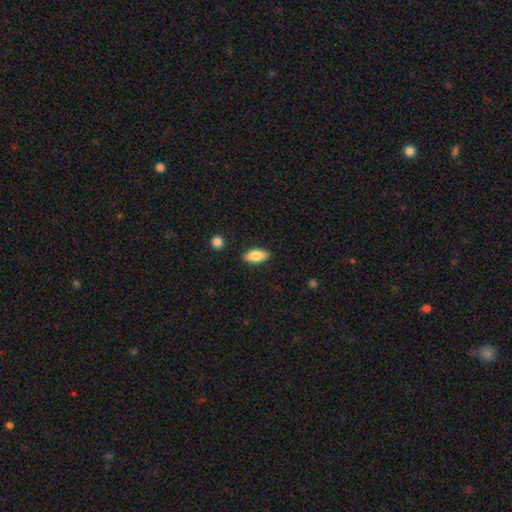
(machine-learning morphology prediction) Smooth or featured? smooth (82%)
How rounded? in between (89%)
Merging? none (87%)